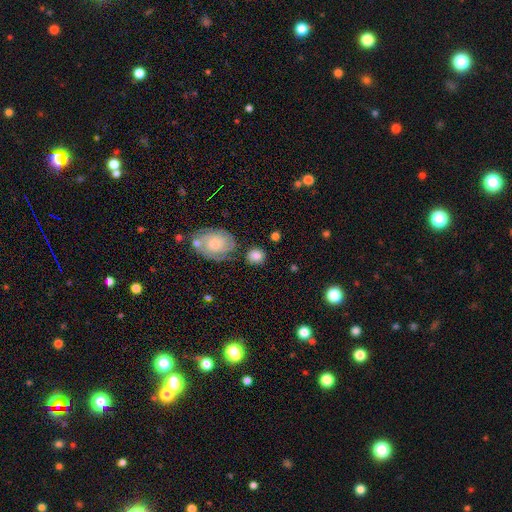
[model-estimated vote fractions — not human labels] This appears to be a smooth galaxy with no disk features (72%) that is round (77%). Merging: none (72%).